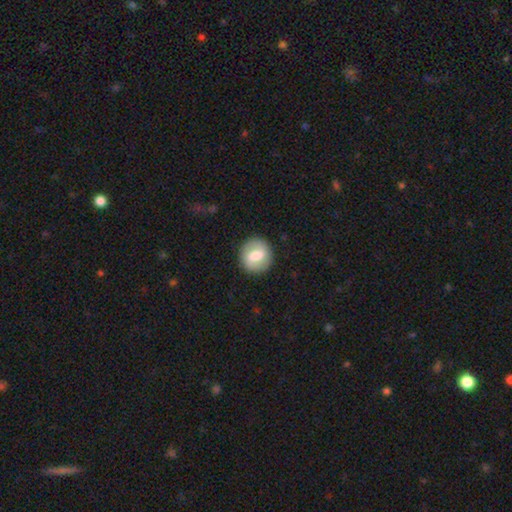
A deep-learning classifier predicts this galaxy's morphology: Smooth or featured?
  - smooth: 52% *
  - featured or disk: 41%
  - star or artifact: 6%
How rounded?
  - round: 86% *
  - in between: 13%
  - cigar-shaped: 1%
Merging?
  - none: 89% *
  - minor disturbance: 8%
  - major disturbance: 3%
  - merger: 1%